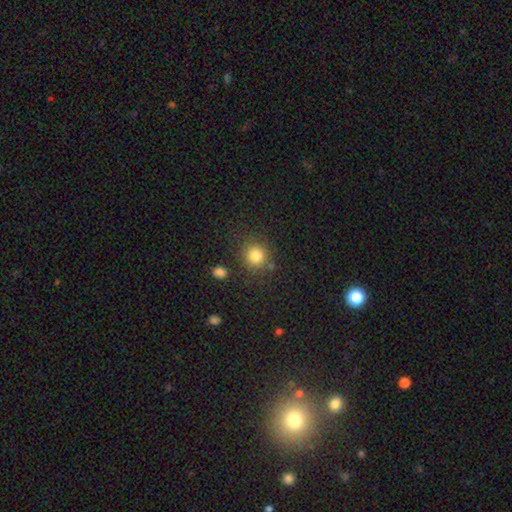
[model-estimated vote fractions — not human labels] This is clearly a smooth galaxy (83%). How rounded: clearly round (88%). Merging: clearly none (81%).